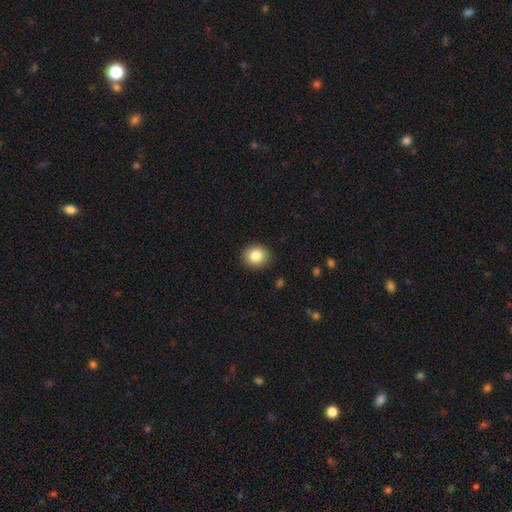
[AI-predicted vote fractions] This is clearly a smooth galaxy (84%). How rounded: clearly round (87%). Merging: clearly none (91%).